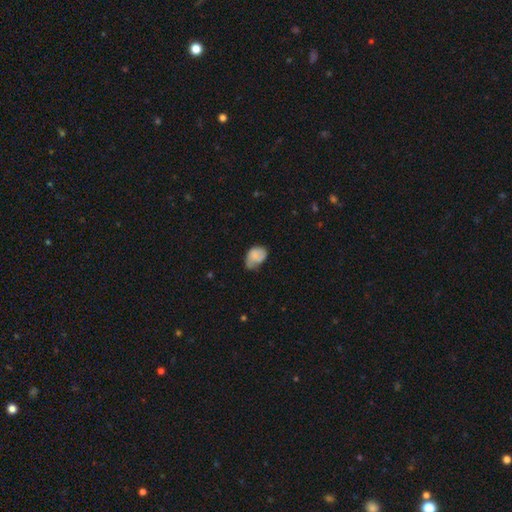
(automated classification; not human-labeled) This appears to be a smooth galaxy with no disk features (74%) that is in between round and cigar-shaped (75%). Merging: minor disturbance (45%).